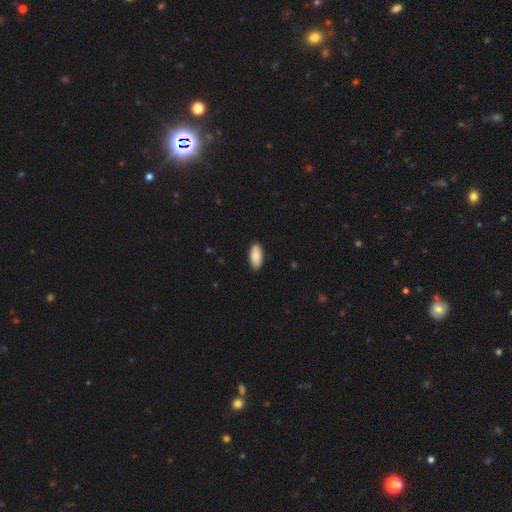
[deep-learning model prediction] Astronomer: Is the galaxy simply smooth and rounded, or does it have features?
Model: smooth — 89%.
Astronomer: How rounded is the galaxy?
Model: in between — 90%.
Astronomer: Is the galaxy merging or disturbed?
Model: none — 88%.